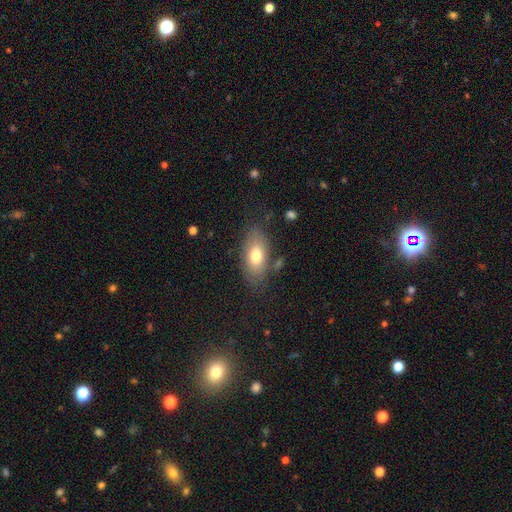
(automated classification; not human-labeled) Q: Smooth or featured?
A: smooth (73%); runner-up: featured or disk (19%)
Q: How rounded?
A: in between (89%); runner-up: round (6%)
Q: Merging?
A: none (75%); runner-up: minor disturbance (16%)